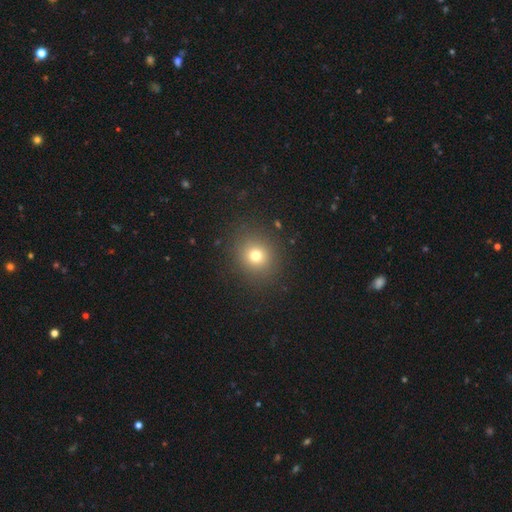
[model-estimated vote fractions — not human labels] Overall: smooth (72%). How rounded: round (86%). Merging: none (88%).